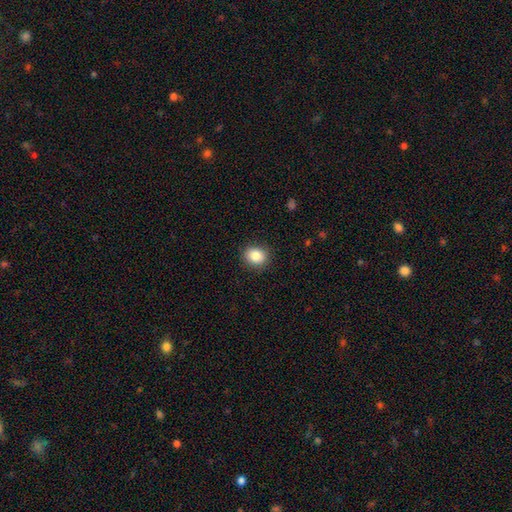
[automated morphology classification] Smooth or featured?
  - smooth: 85% *
  - star or artifact: 9%
  - featured or disk: 6%
How rounded?
  - round: 73% *
  - in between: 26%
  - cigar-shaped: 1%
Merging?
  - none: 89% *
  - minor disturbance: 8%
  - major disturbance: 2%
  - merger: 1%